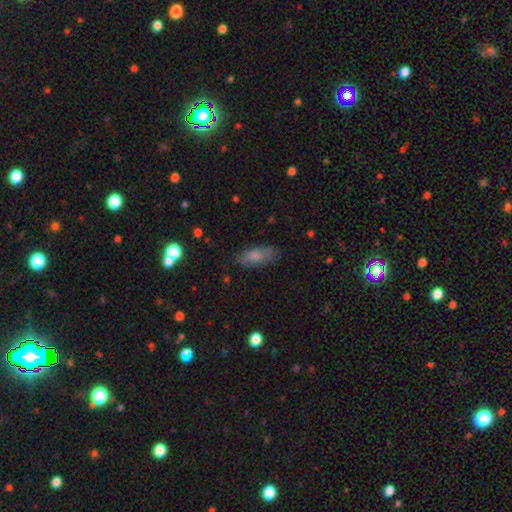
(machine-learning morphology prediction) Smooth or featured? smooth (76%)
How rounded? in between (81%)
Merging? none (78%)